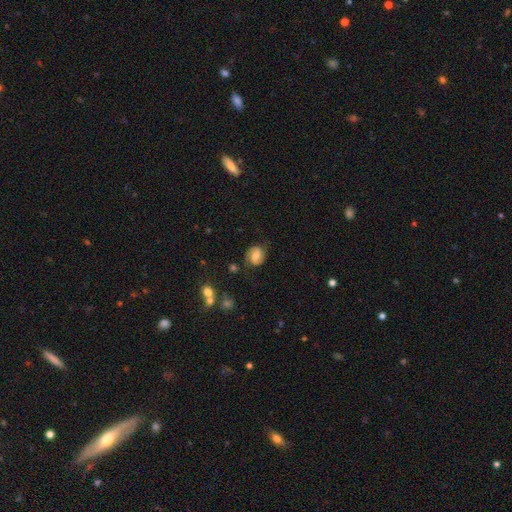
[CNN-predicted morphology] Smooth or featured?
  - featured or disk: 60% *
  - smooth: 32%
  - star or artifact: 8%
Edge-on disk?
  - no: 98% *
  - yes: 2%
Bar?
  - no: 47% *
  - weak: 42%
  - strong: 11%
Spiral arms?
  - yes: 91% *
  - no: 9%
Spiral winding?
  - medium: 48% *
  - tight: 33%
  - loose: 19%
Spiral arm count?
  - 2: 88% *
  - can't tell: 7%
  - 1: 2%
  - 3: 1%
  - 4: 1%
  - more than 4: 1%
Bulge size?
  - moderate: 62% *
  - small: 25%
  - large: 7%
  - none: 4%
  - dominant: 1%
Merging?
  - none: 77% *
  - minor disturbance: 16%
  - major disturbance: 5%
  - merger: 2%